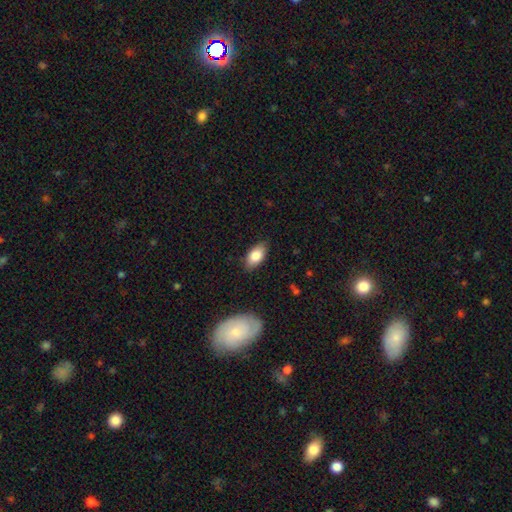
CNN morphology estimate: Smooth or featured? Predicted: smooth (p=0.82). How rounded? Predicted: in between (p=0.91). Merging? Predicted: none (p=0.84).